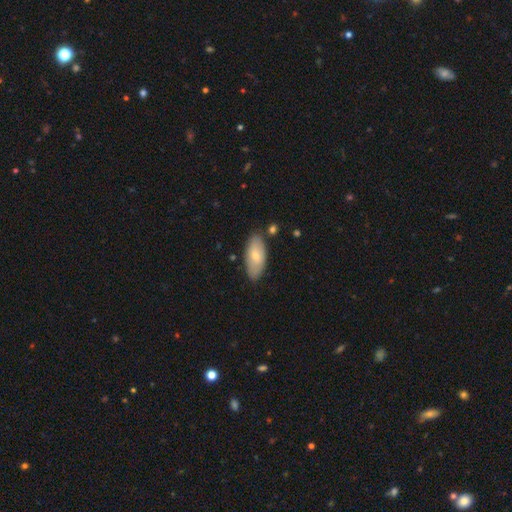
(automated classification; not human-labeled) Q: Smooth or featured?
A: smooth (70%); runner-up: featured or disk (24%)
Q: How rounded?
A: in between (87%); runner-up: cigar-shaped (11%)
Q: Merging?
A: none (81%); runner-up: minor disturbance (13%)